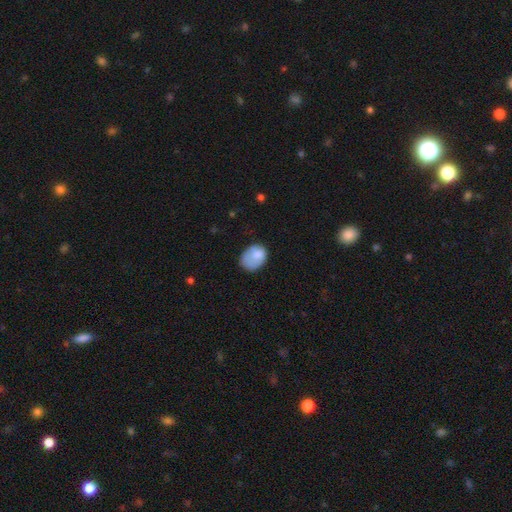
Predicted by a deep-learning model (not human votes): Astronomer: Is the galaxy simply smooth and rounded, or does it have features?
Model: smooth — 77%.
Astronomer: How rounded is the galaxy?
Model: in between — 67%.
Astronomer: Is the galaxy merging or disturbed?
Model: none — 46% (runner-up: minor disturbance, 32%).